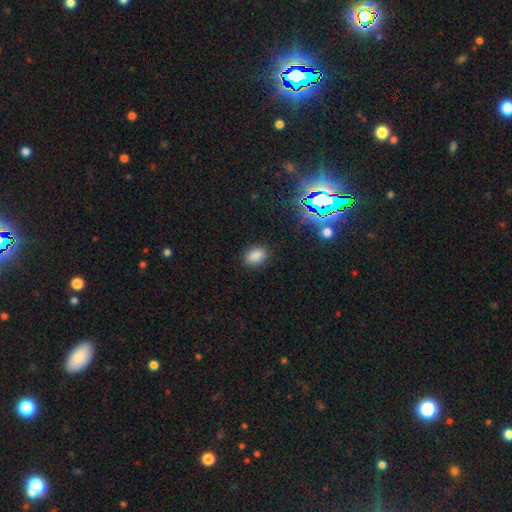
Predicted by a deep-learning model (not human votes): Smooth or featured? Predicted: smooth (p=0.80). How rounded? Predicted: in between (p=0.80). Merging? Predicted: none (p=0.86).